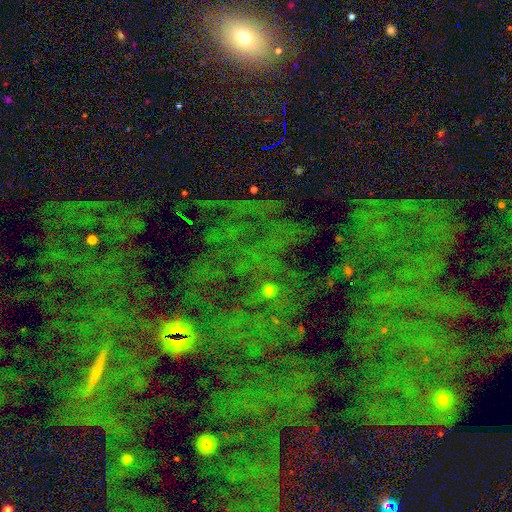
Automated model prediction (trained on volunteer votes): Q: Smooth or featured?
A: star or artifact (71%); runner-up: smooth (17%)